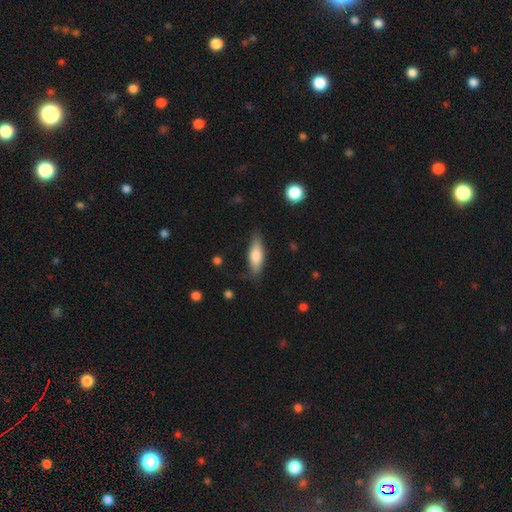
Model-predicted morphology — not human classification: Smooth or featured? smooth (72%)
How rounded? in between (52%)
Merging? none (81%)